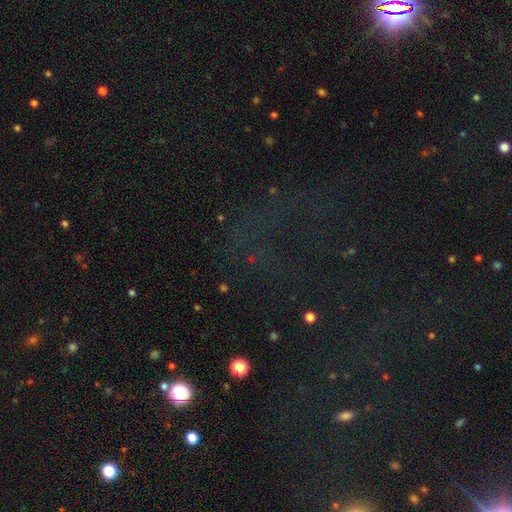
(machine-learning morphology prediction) star or artifact 64%, smooth 21%, featured or disk 15%.